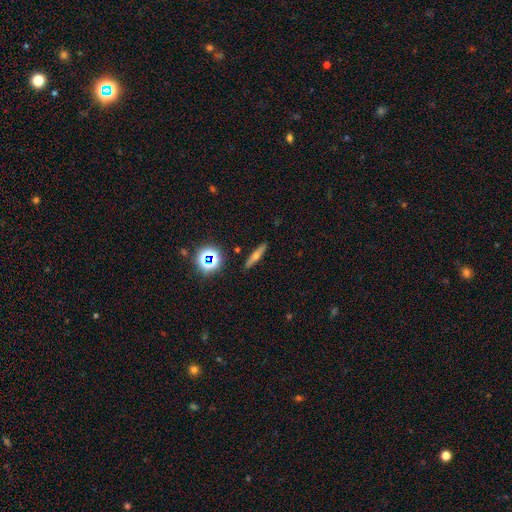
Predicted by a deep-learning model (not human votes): Morphology: type=smooth (43%, tied with featured or disk); merging=none (89%).